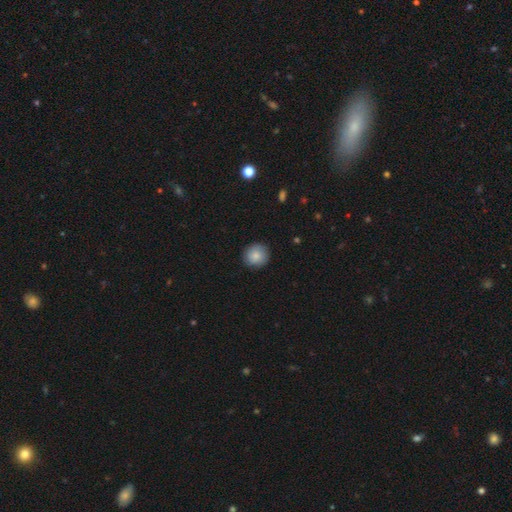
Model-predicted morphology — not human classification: Q: Smooth or featured?
A: smooth (84%); runner-up: featured or disk (9%)
Q: How rounded?
A: round (90%); runner-up: in between (9%)
Q: Merging?
A: none (87%); runner-up: minor disturbance (10%)